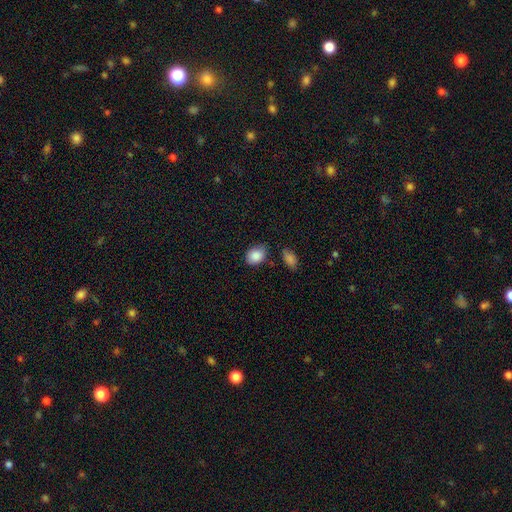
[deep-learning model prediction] A smooth galaxy with no disk features (88%) that is in between round and cigar-shaped (62%). Merging: none (66%).